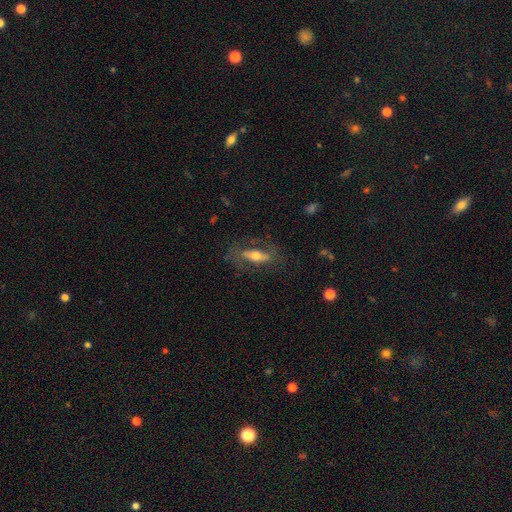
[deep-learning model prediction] Smooth or featured: featured or disk — 52% (smooth — 40%)
Edge-on disk: no — 58% (yes — 42%)
Merging: none — 67% (minor disturbance — 17%)